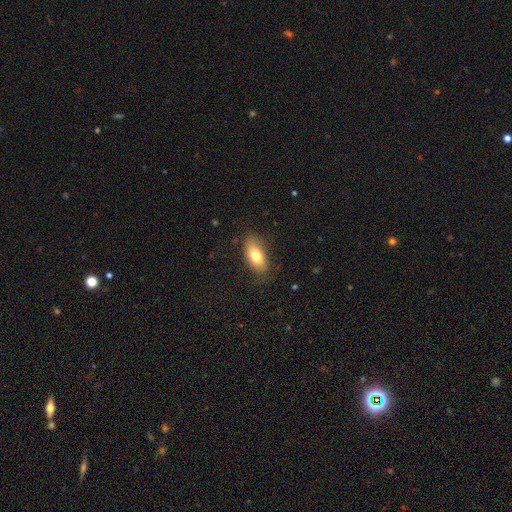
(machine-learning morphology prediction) This is likely a smooth galaxy (75%). How rounded: clearly in between (87%). Merging: clearly none (81%).